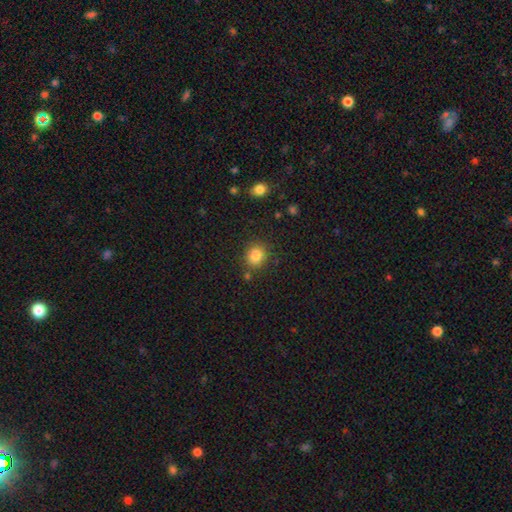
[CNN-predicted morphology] smooth 83%, star or artifact 11%, featured or disk 6%. Down the decision tree: how rounded — round (78%); merging — none (83%).